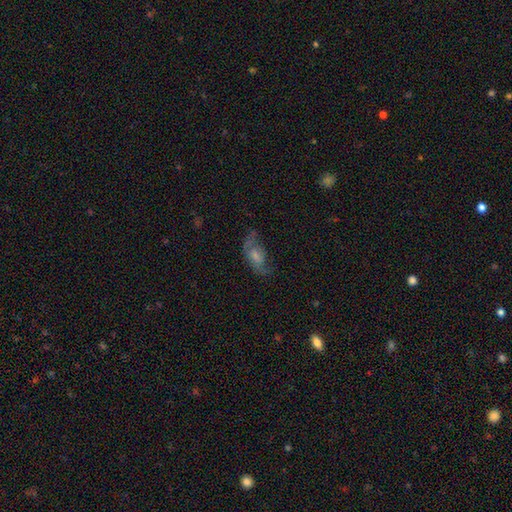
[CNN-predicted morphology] Smooth or featured: featured or disk — 48% (smooth — 41%)
Merging: none — 46% (major disturbance — 26%)